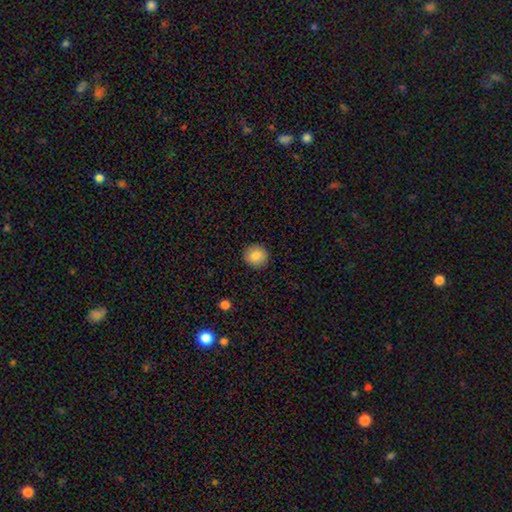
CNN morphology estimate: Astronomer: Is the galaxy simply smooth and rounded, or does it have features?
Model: smooth — 85%.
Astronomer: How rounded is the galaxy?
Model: round — 91%.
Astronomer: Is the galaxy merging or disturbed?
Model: none — 91%.